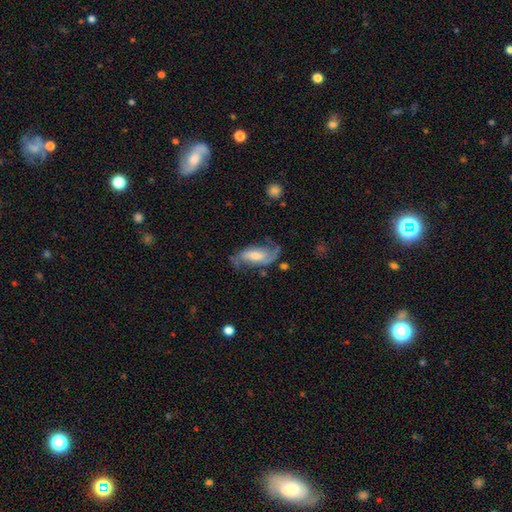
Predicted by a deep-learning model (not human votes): Smooth or featured?
  - featured or disk: 72% *
  - smooth: 21%
  - star or artifact: 7%
Edge-on disk?
  - no: 93% *
  - yes: 7%
Bar?
  - weak: 44% *
  - no: 36%
  - strong: 20%
Spiral arms?
  - yes: 92% *
  - no: 8%
Spiral winding?
  - medium: 42% *
  - loose: 41%
  - tight: 17%
Spiral arm count?
  - 2: 79% *
  - can't tell: 8%
  - 1: 8%
  - 3: 2%
  - 4: 1%
  - more than 4: 1%
Bulge size?
  - moderate: 42% *
  - large: 22%
  - small: 22%
  - none: 11%
  - dominant: 3%
Merging?
  - none: 55% *
  - minor disturbance: 24%
  - major disturbance: 18%
  - merger: 3%